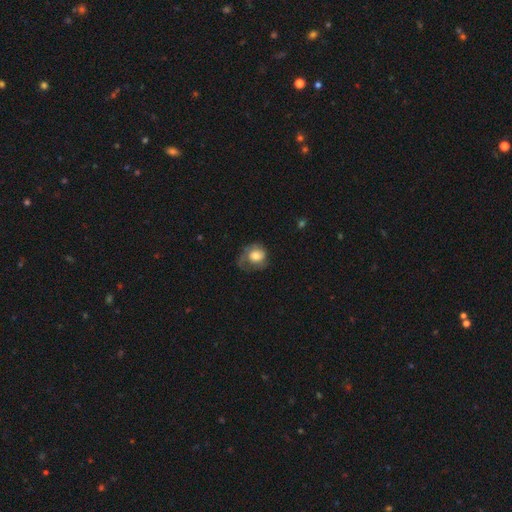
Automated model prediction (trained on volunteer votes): Q: Smooth or featured?
A: smooth (58%); runner-up: featured or disk (34%)
Q: How rounded?
A: round (73%); runner-up: in between (26%)
Q: Merging?
A: none (44%); runner-up: major disturbance (28%)